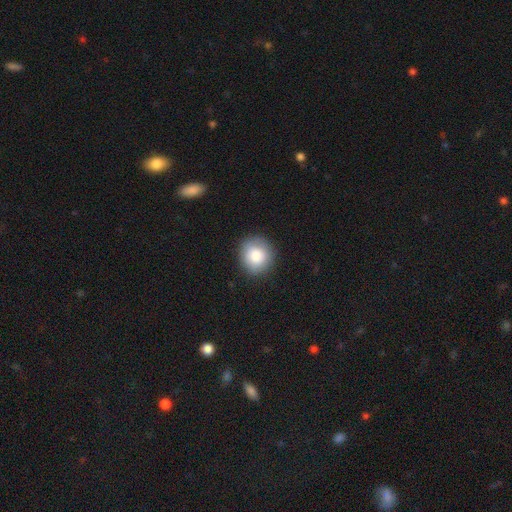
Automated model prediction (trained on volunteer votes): A smooth galaxy with no disk features (83%) that is round (87%).

Vote fractions:
- Smooth or featured? smooth: 83% / featured or disk: 9% / star or artifact: 8%
- How rounded? round: 87% / in between: 12% / cigar-shaped: 1%
- Merging? none: 87% / minor disturbance: 9% / major disturbance: 3% / merger: 1%